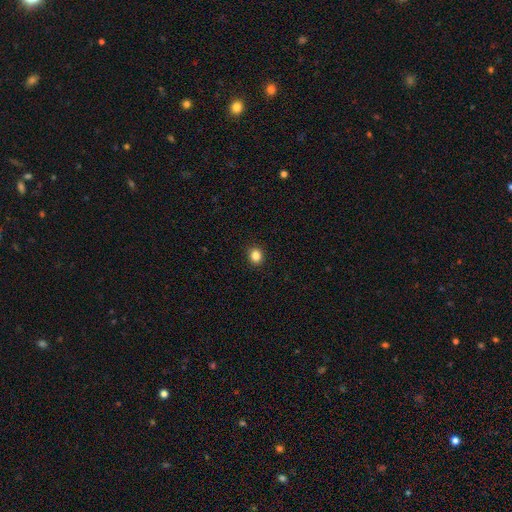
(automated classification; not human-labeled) Smooth or featured: smooth — 85% (star or artifact — 11%)
How rounded: round — 75% (in between — 24%)
Merging: none — 92% (minor disturbance — 6%)